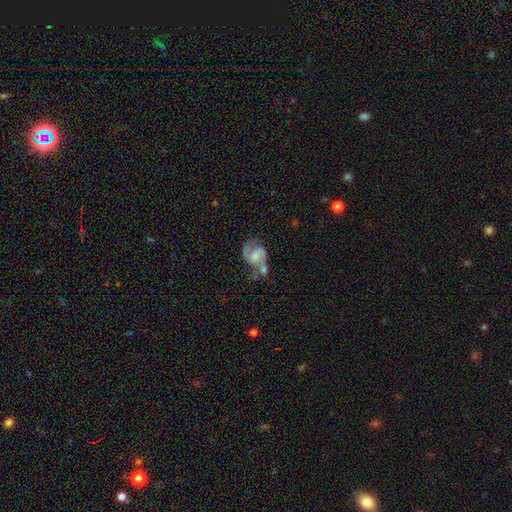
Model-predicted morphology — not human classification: Q: Smooth or featured?
A: featured or disk (73%); runner-up: smooth (20%)
Q: Edge-on disk?
A: no (98%); runner-up: yes (2%)
Q: Bar?
A: no (53%); runner-up: weak (38%)
Q: Spiral arms?
A: yes (89%); runner-up: no (11%)
Q: Spiral winding?
A: medium (52%); runner-up: loose (29%)
Q: Spiral arm count?
A: 2 (83%); runner-up: can't tell (7%)
Q: Bulge size?
A: moderate (43%); runner-up: small (38%)
Q: Merging?
A: none (37%); runner-up: merger (26%)